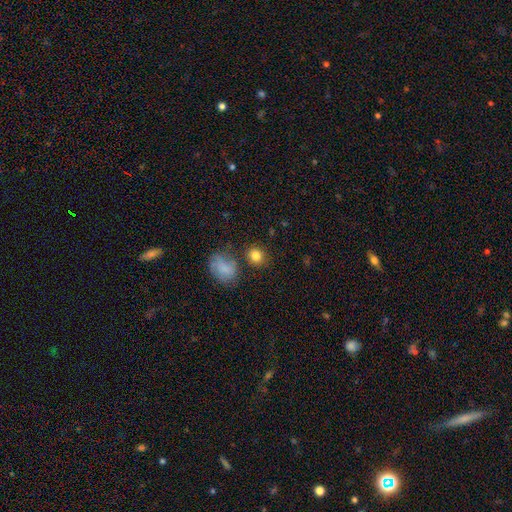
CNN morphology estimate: Smooth or featured?
  - smooth: 84% *
  - star or artifact: 10%
  - featured or disk: 6%
How rounded?
  - round: 74% *
  - in between: 25%
  - cigar-shaped: 1%
Merging?
  - none: 78% *
  - minor disturbance: 11%
  - merger: 7%
  - major disturbance: 4%